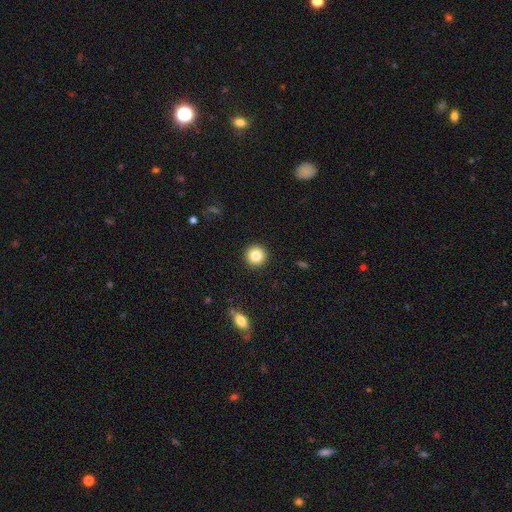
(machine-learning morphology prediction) Overall: smooth (84%). How rounded: round (95%). Merging: none (92%).